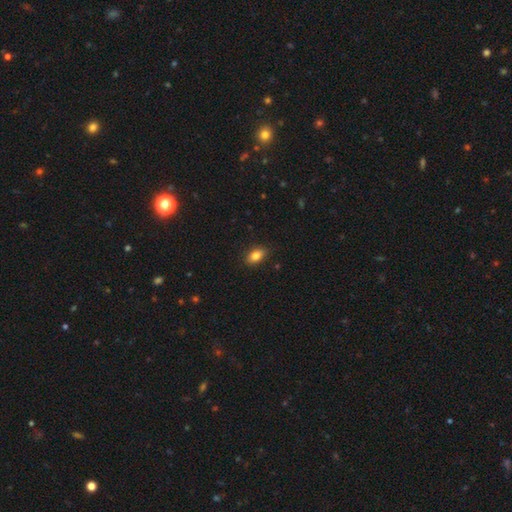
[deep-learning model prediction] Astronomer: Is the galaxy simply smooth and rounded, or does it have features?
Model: smooth — 83%.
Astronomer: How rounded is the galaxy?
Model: in between — 87%.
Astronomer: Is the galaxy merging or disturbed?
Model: none — 86%.